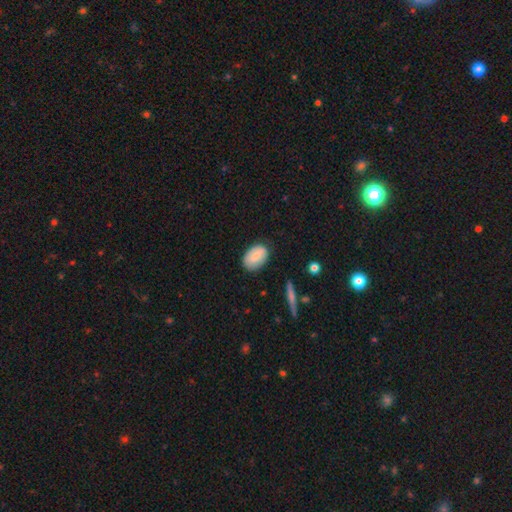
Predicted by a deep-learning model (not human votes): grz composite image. It shows a smooth galaxy with no disk features (84%) that is in between round and cigar-shaped (87%). Merging: none (81%).